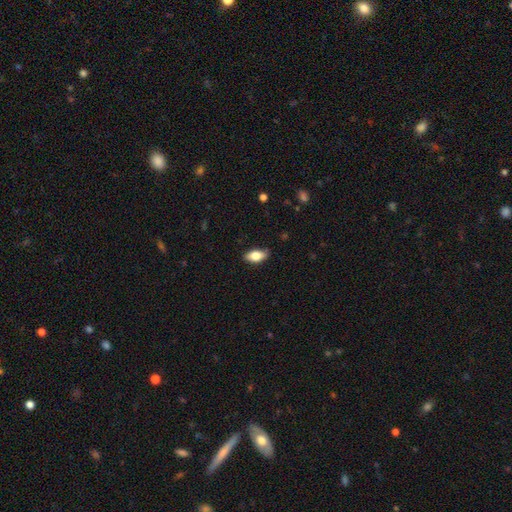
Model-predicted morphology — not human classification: Overall: smooth (77%). How rounded: in between (89%). Merging: none (82%).